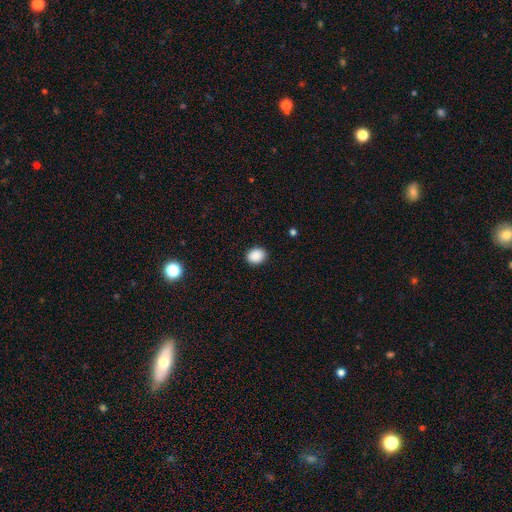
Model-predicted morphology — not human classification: smooth_or_featured: smooth (p=0.89) [alt: star or artifact p=0.08]
how_rounded: round (p=0.53) [alt: in between p=0.47]
merging: none (p=0.90) [alt: minor disturbance p=0.07]